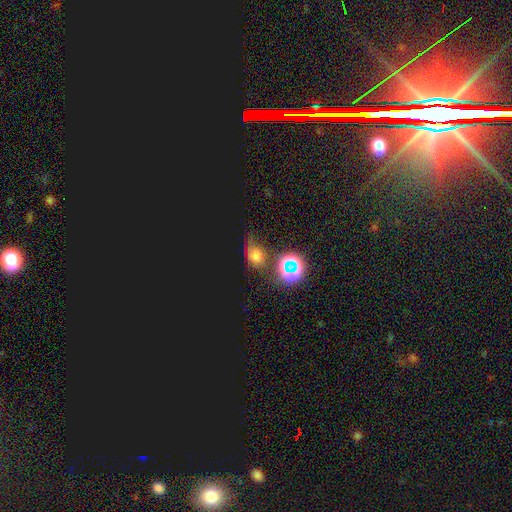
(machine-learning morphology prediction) Smooth or featured? Predicted: star or artifact (p=0.43).